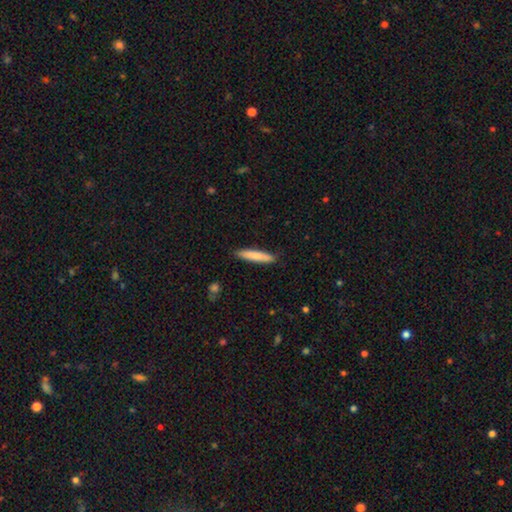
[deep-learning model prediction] smooth-or-featured: smooth: 82% | featured or disk: 13% | star or artifact: 6%
  how-rounded: cigar-shaped: 90% | in between: 9% | round: 1%
  merging: none: 89% | minor disturbance: 9% | major disturbance: 2% | merger: 1%